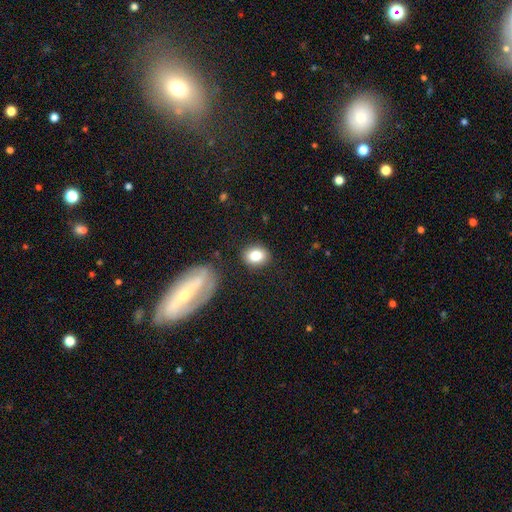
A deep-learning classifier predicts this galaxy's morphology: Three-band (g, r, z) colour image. It shows a smooth galaxy with no disk features (82%) that is round (51%). Merging: none (84%).